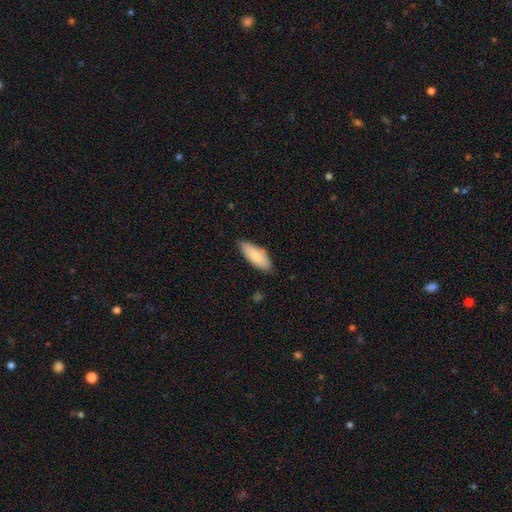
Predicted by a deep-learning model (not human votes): Q: Smooth or featured?
A: smooth (83%); runner-up: featured or disk (11%)
Q: How rounded?
A: in between (78%); runner-up: cigar-shaped (20%)
Q: Merging?
A: none (77%); runner-up: minor disturbance (19%)